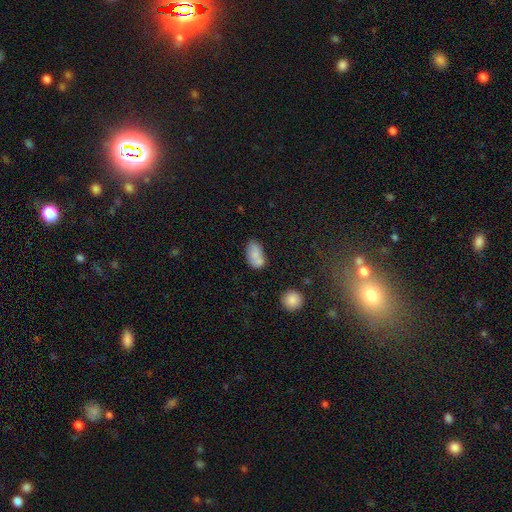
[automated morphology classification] A smooth galaxy with no disk features (81%) that is in between round and cigar-shaped (92%). Merging: none (59%).